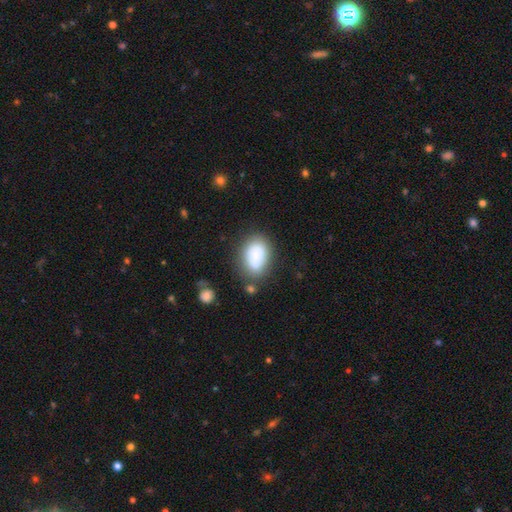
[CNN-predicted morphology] Smooth or featured? Predicted: smooth (p=0.76). How rounded? Predicted: in between (p=0.81). Merging? Predicted: none (p=0.65).